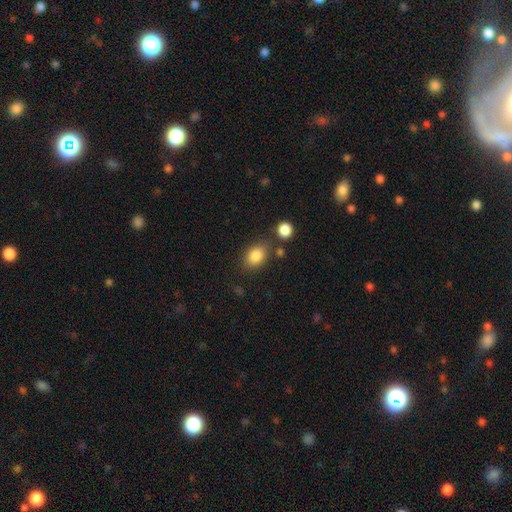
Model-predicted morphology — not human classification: This appears to be a smooth galaxy with no disk features (86%) that is in between round and cigar-shaped (77%). Merging: none (73%).